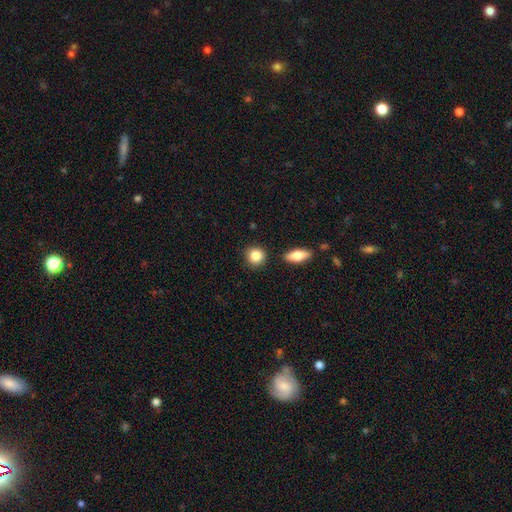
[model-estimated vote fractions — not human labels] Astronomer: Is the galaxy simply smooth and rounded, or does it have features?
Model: smooth — 86%.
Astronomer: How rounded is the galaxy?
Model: round — 85%.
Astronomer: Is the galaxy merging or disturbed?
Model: none — 86%.